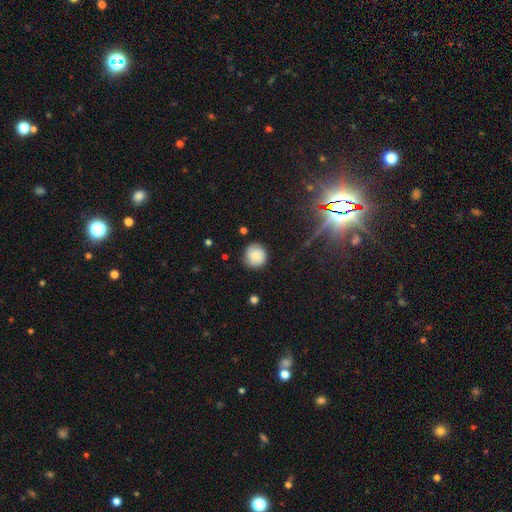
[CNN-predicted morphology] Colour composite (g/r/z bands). It shows a smooth galaxy with no disk features (75%) that is round (92%). Merging: none (83%).